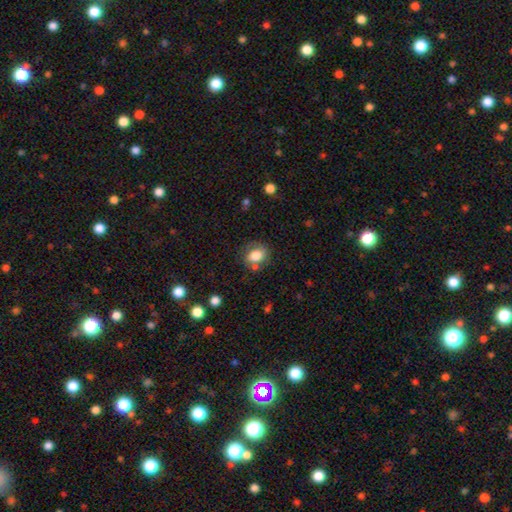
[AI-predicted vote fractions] Smooth or featured? Predicted: smooth (p=0.77). How rounded? Predicted: in between (p=0.56). Merging? Predicted: none (p=0.65).